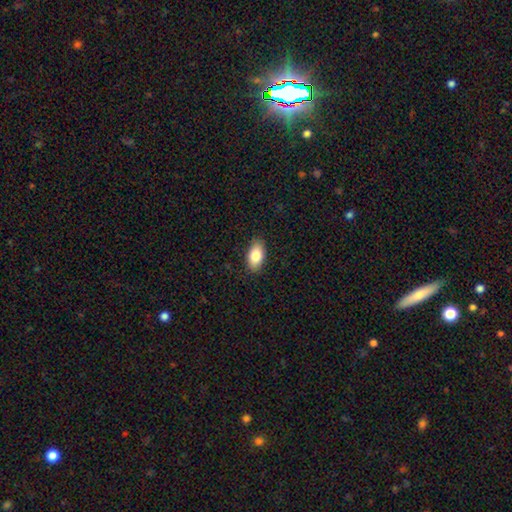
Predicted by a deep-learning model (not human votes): Smooth or featured: smooth — 84% (featured or disk — 10%)
How rounded: in between — 92% (cigar-shaped — 4%)
Merging: none — 88% (minor disturbance — 9%)